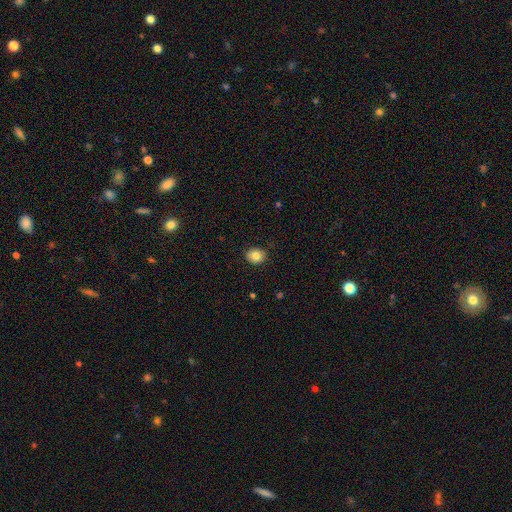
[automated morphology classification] Smooth or featured?
  - smooth: 81% *
  - featured or disk: 10%
  - star or artifact: 9%
How rounded?
  - round: 60% *
  - in between: 39%
  - cigar-shaped: 1%
Merging?
  - none: 88% *
  - minor disturbance: 9%
  - major disturbance: 2%
  - merger: 1%